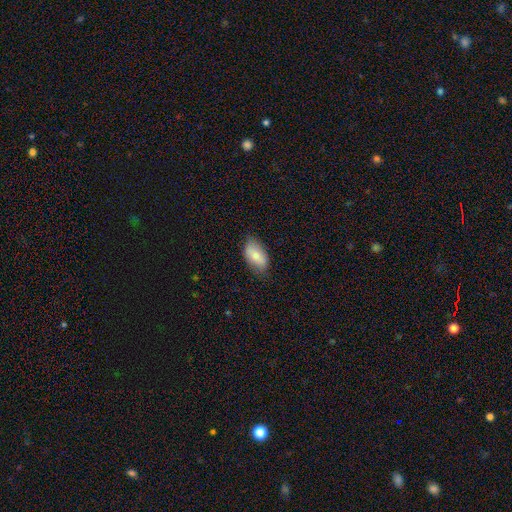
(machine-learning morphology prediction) Smooth or featured?
  - smooth: 75% *
  - featured or disk: 18%
  - star or artifact: 7%
How rounded?
  - in between: 93% *
  - round: 5%
  - cigar-shaped: 3%
Merging?
  - none: 74% *
  - minor disturbance: 21%
  - major disturbance: 4%
  - merger: 1%